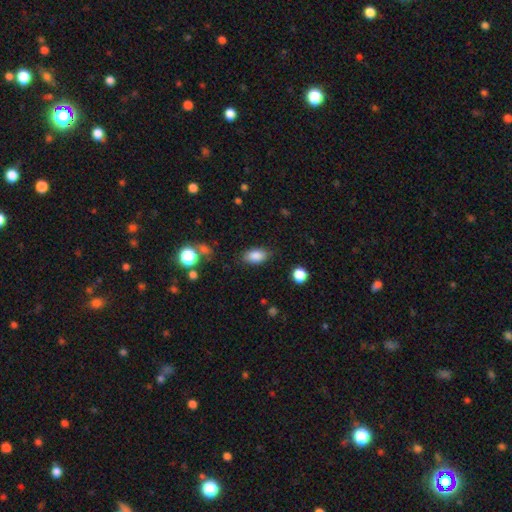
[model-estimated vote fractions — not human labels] A smooth galaxy with no disk features (86%) that is in between round and cigar-shaped (90%).

Vote fractions:
- Smooth or featured? smooth: 86% / star or artifact: 8% / featured or disk: 6%
- How rounded? in between: 90% / round: 7% / cigar-shaped: 3%
- Merging? none: 80% / minor disturbance: 14% / major disturbance: 4% / merger: 2%